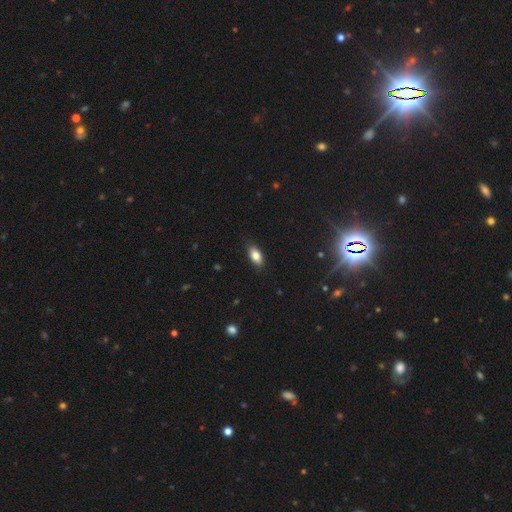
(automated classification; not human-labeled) smooth_or_featured: smooth (p=0.83) [alt: featured or disk p=0.09]
how_rounded: in between (p=0.90) [alt: cigar-shaped p=0.06]
merging: none (p=0.86) [alt: minor disturbance p=0.11]